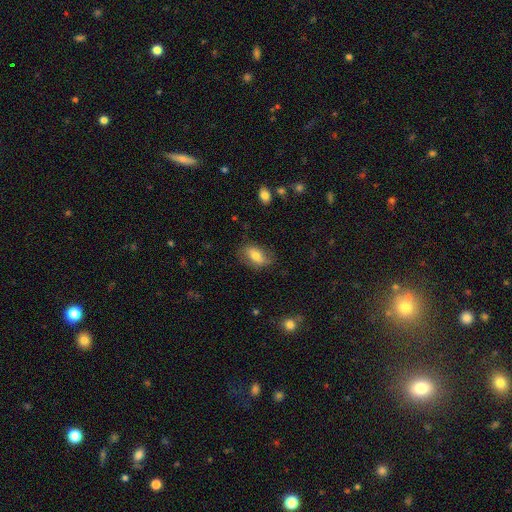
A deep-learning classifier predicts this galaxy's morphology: Smooth or featured? smooth (69%)
How rounded? in between (88%)
Merging? none (71%)